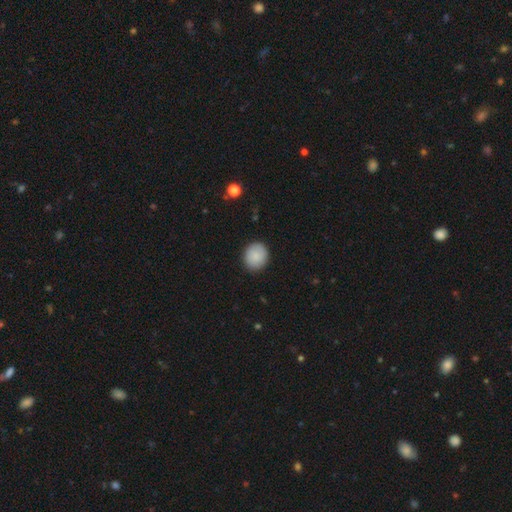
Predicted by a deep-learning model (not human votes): Smooth or featured?
  - smooth: 88% *
  - star or artifact: 7%
  - featured or disk: 5%
How rounded?
  - round: 76% *
  - in between: 23%
  - cigar-shaped: 1%
Merging?
  - none: 89% *
  - minor disturbance: 8%
  - major disturbance: 2%
  - merger: 1%